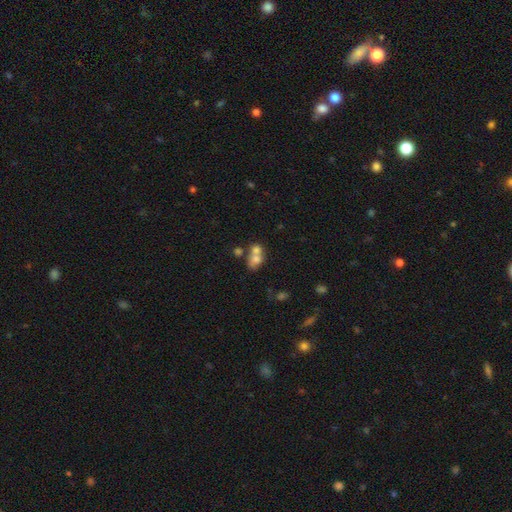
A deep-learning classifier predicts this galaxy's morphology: The model was most divided on "how rounded": in between: 50%, round: 49%, cigar-shaped: 2%. More confident: smooth or featured — smooth (68%); merging — merger (62%).